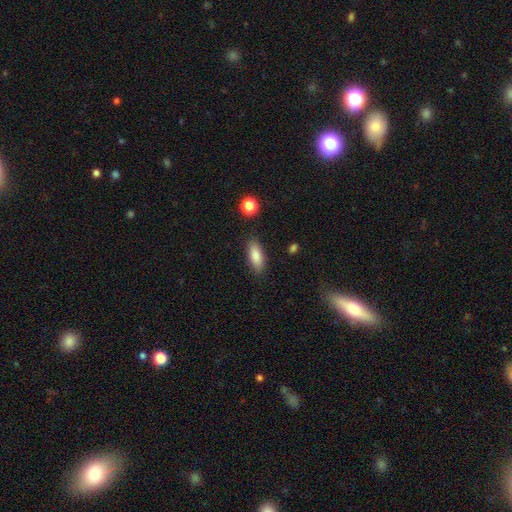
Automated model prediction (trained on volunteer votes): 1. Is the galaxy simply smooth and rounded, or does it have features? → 85% smooth, 8% featured or disk, 7% star or artifact.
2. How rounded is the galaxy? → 76% in between, 22% cigar-shaped, 2% round.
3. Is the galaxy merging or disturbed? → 86% none, 10% minor disturbance, 2% major disturbance, 2% merger.